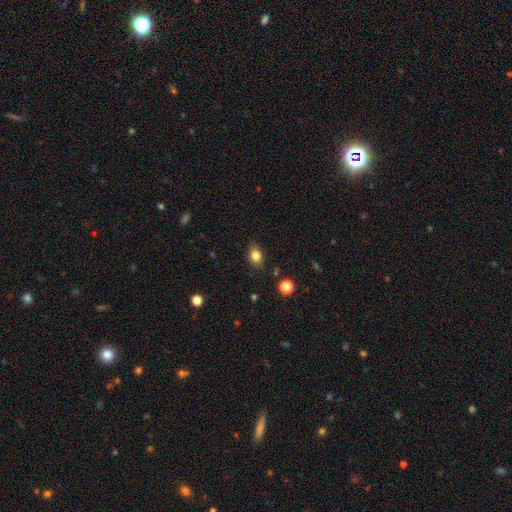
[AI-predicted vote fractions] smooth_or_featured: smooth (p=0.81) [alt: star or artifact p=0.11]
how_rounded: in between (p=0.66) [alt: round p=0.33]
merging: none (p=0.81) [alt: minor disturbance p=0.14]